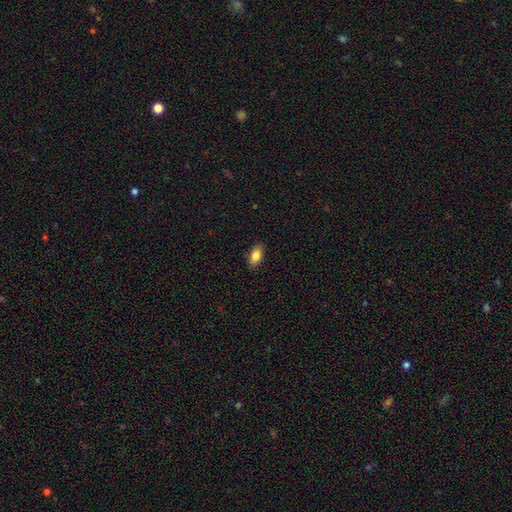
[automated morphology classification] Smooth or featured?
  - smooth: 84% *
  - featured or disk: 8%
  - star or artifact: 7%
How rounded?
  - in between: 90% *
  - cigar-shaped: 6%
  - round: 4%
Merging?
  - none: 88% *
  - minor disturbance: 9%
  - major disturbance: 2%
  - merger: 1%